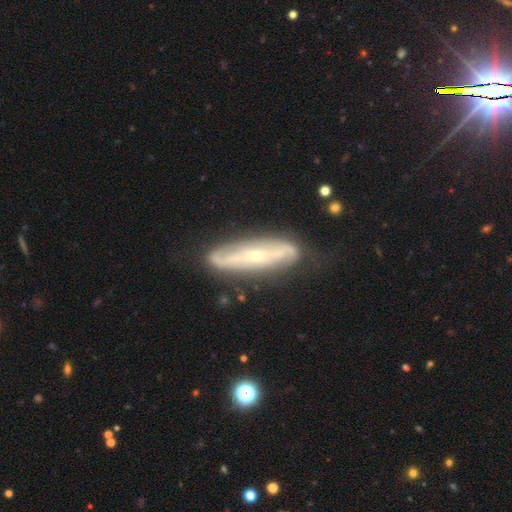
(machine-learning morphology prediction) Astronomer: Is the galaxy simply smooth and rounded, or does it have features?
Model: featured or disk — 79%.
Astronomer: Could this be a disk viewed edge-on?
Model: no — 67%.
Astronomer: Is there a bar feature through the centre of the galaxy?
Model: no — 42% (runner-up: strong, 36%).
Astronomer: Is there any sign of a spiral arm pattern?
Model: yes — 76%.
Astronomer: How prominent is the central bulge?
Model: small — 67%.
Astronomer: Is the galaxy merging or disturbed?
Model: none — 77%.